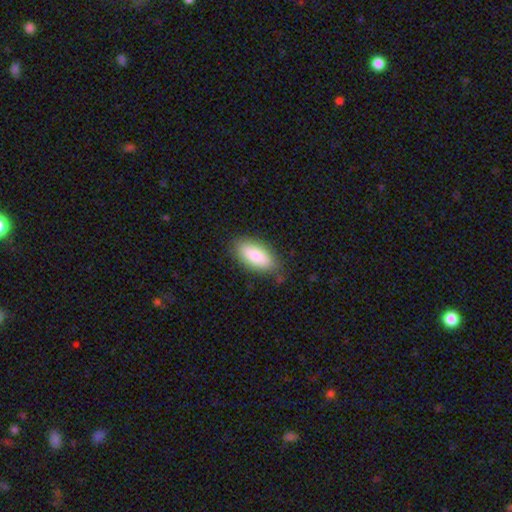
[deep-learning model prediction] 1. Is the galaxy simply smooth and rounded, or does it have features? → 83% smooth, 11% featured or disk, 6% star or artifact.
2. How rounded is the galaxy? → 89% in between, 8% cigar-shaped, 2% round.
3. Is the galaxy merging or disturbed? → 80% none, 15% minor disturbance, 3% major disturbance, 1% merger.